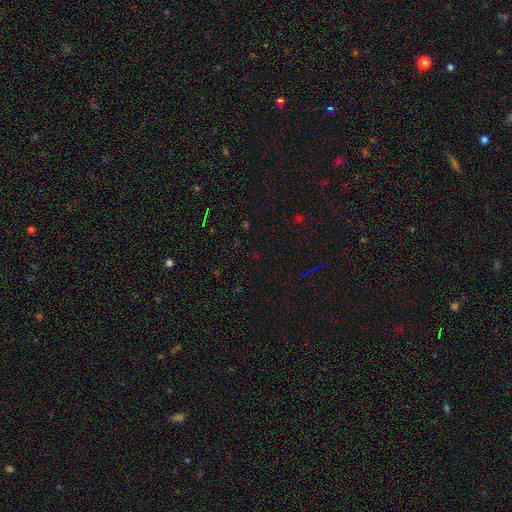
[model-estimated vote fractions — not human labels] Smooth or featured: star or artifact — 70% (smooth — 22%)